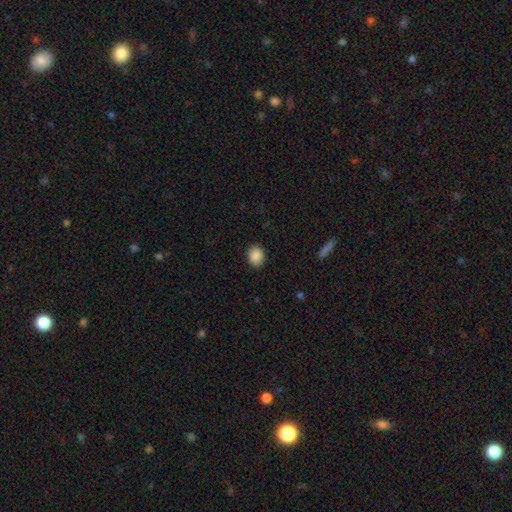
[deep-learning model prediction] A smooth galaxy with no disk features (89%) that is round (56%). Merging: none (87%).